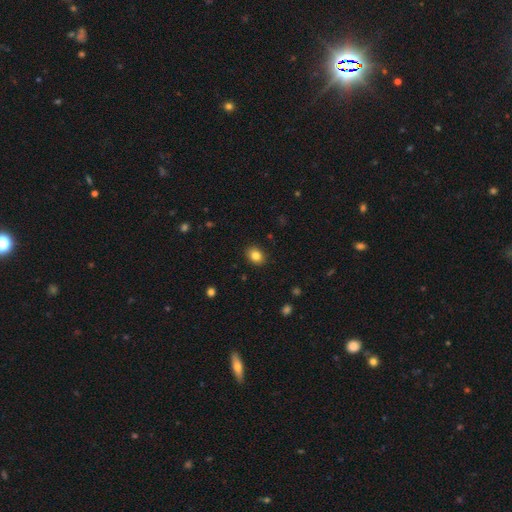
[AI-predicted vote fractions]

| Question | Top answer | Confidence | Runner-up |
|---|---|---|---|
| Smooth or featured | smooth | 84% | star or artifact (10%) |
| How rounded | in between | 55% | round (44%) |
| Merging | none | 89% | minor disturbance (8%) |